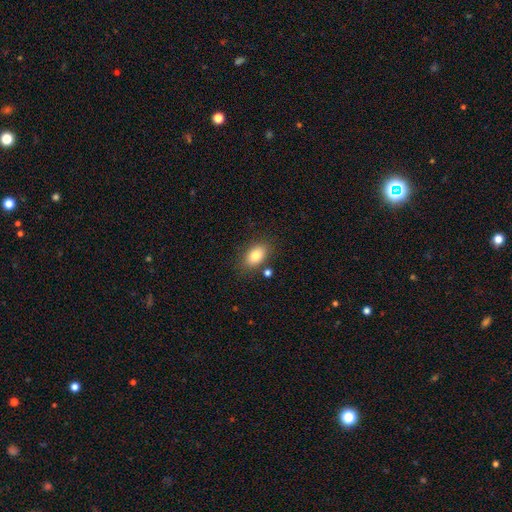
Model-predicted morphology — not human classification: A smooth galaxy with no disk features (81%) that is in between round and cigar-shaped (88%).

Vote fractions:
- Smooth or featured? smooth: 81% / featured or disk: 10% / star or artifact: 9%
- How rounded? in between: 88% / round: 9% / cigar-shaped: 2%
- Merging? none: 79% / minor disturbance: 12% / merger: 6% / major disturbance: 3%